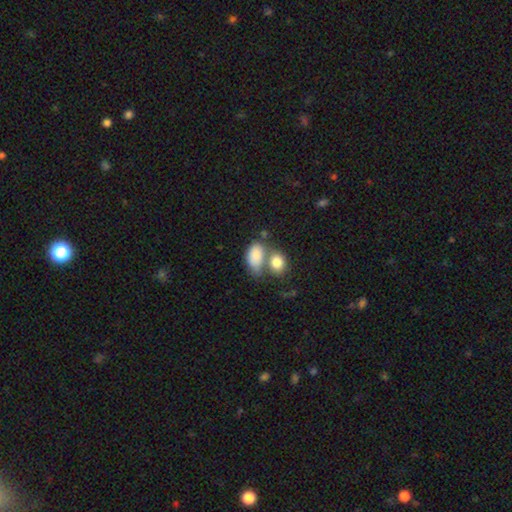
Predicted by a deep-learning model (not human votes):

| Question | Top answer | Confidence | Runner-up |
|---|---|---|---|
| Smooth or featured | smooth | 83% | featured or disk (10%) |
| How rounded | in between | 88% | round (10%) |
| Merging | merger | 53% | none (26%) |